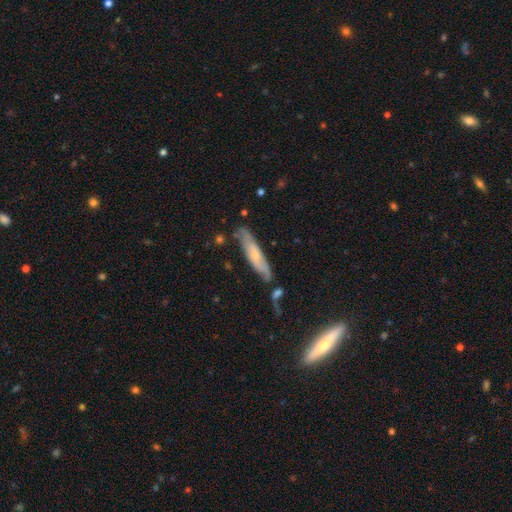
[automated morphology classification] Smooth or featured? Predicted: featured or disk (p=0.55). Edge-on disk? Predicted: yes (p=0.72). Merging? Predicted: none (p=0.75).